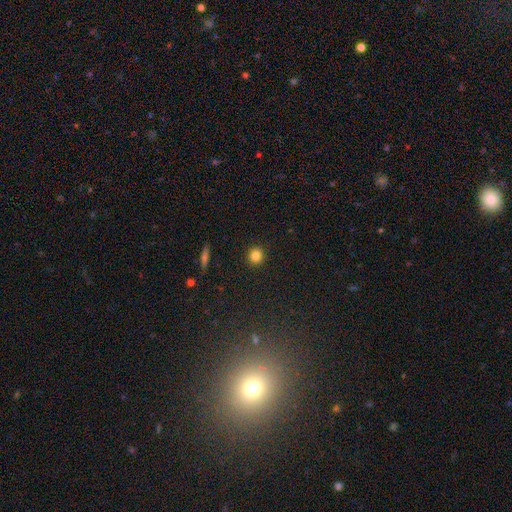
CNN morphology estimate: Smooth or featured: smooth — 82% (star or artifact — 12%)
How rounded: round — 92% (in between — 6%)
Merging: none — 92% (minor disturbance — 5%)